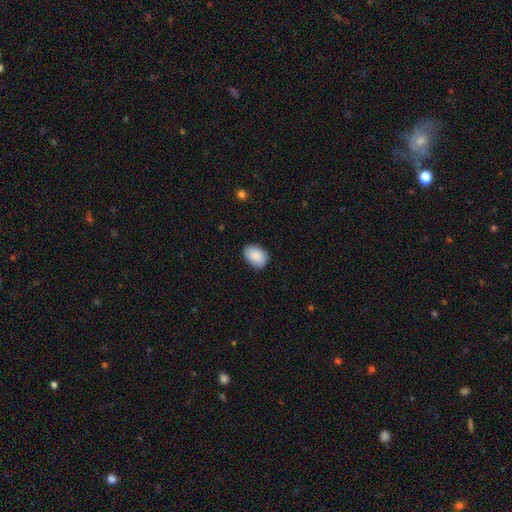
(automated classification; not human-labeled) Morphology: type=smooth (90%); roundness=in between (78%); merging=none (84%).